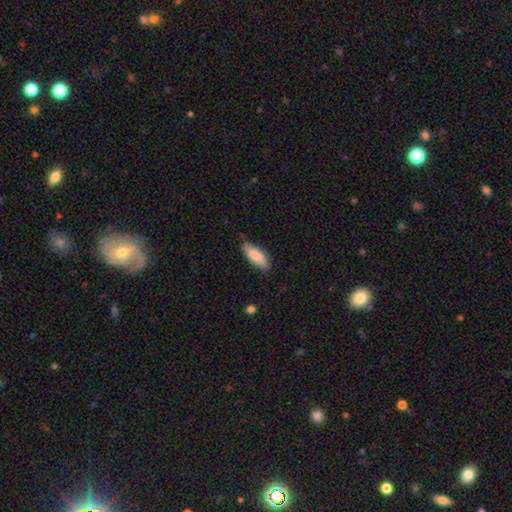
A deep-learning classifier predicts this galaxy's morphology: The model was most divided on "how rounded": in between: 67%, cigar-shaped: 31%, round: 2%. More confident: smooth or featured — smooth (78%); merging — none (72%).